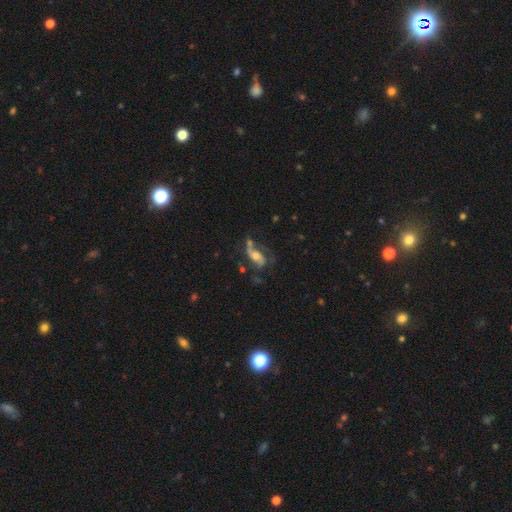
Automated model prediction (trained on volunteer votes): featured or disk 64%, smooth 28%, star or artifact 9%. Down the decision tree: edge-on disk — no (93%); bar — no (57%); spiral arms — yes (80%); bulge size — moderate (56%); merging — none (33%).